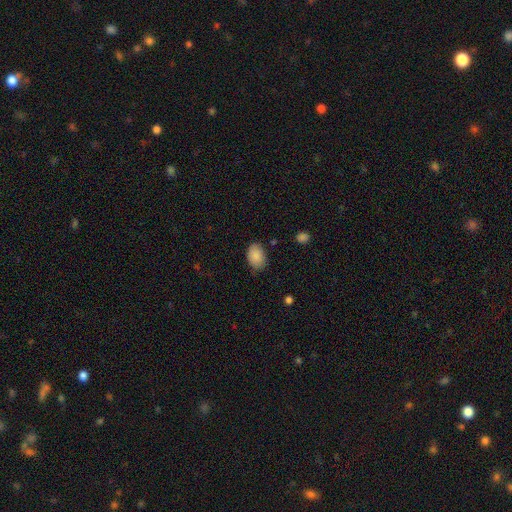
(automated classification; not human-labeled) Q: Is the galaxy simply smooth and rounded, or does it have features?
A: smooth — 88%.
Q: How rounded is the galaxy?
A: in between — 84%.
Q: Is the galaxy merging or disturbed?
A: none — 78%.